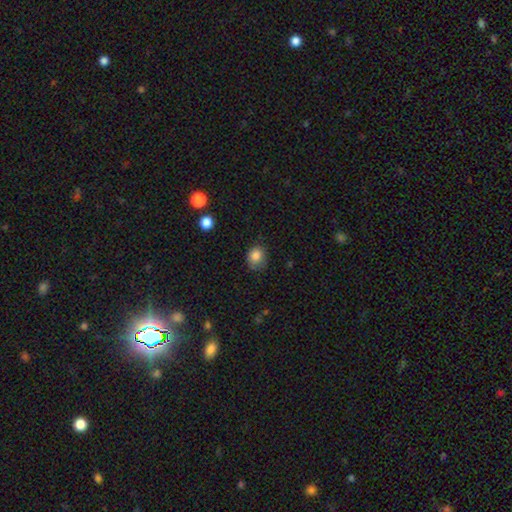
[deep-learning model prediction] Smooth or featured? Predicted: smooth (p=0.84). How rounded? Predicted: round (p=0.73). Merging? Predicted: none (p=0.71).